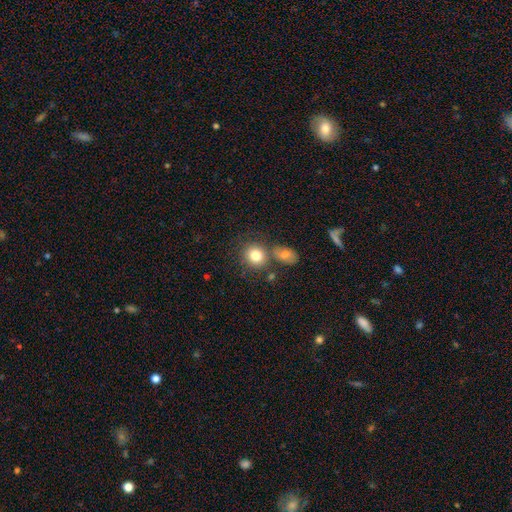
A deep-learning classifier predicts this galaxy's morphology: A smooth galaxy with no disk features (82%) that is round (76%). Merging: none (65%).